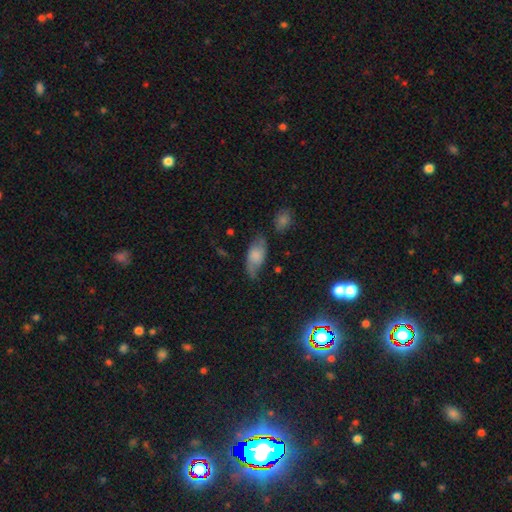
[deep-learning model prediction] smooth_or_featured: smooth (p=0.64) [alt: featured or disk p=0.27]
how_rounded: in between (p=0.88) [alt: cigar-shaped p=0.08]
merging: none (p=0.58) [alt: minor disturbance p=0.29]